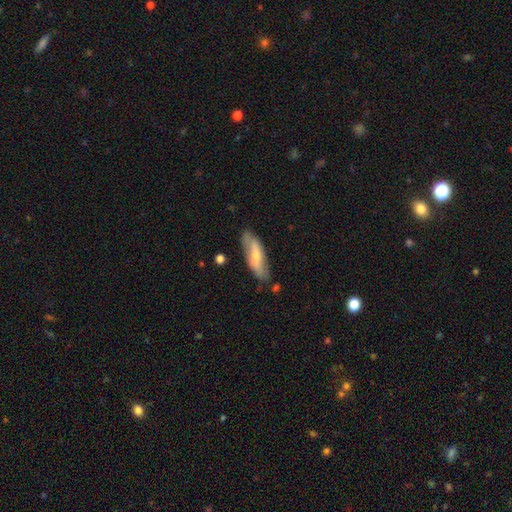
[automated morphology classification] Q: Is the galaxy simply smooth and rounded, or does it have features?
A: smooth — 56%.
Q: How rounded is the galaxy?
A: in between — 52%.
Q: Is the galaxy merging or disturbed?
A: none — 71%.